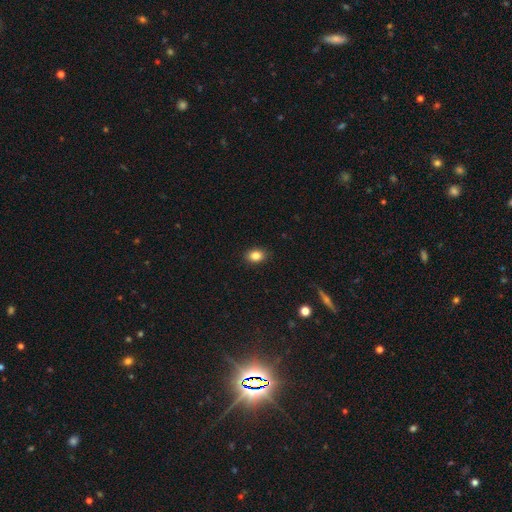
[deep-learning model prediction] This is clearly a smooth galaxy (86%). How rounded: likely in between (67%). Merging: clearly none (89%).